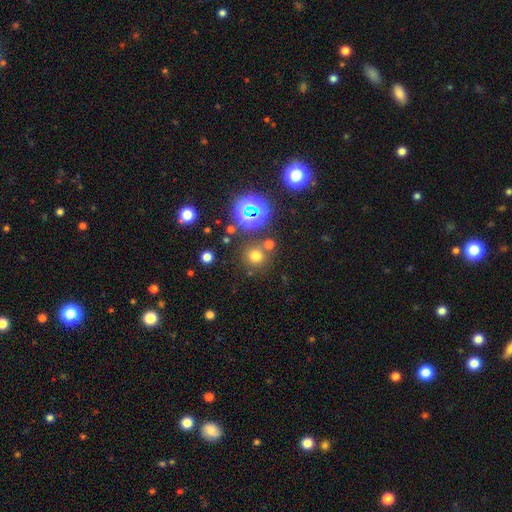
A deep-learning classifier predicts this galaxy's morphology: Smooth or featured?
  - smooth: 65% *
  - star or artifact: 28%
  - featured or disk: 8%
How rounded?
  - round: 92% *
  - in between: 7%
  - cigar-shaped: 1%
Merging?
  - none: 79% *
  - merger: 10%
  - minor disturbance: 8%
  - major disturbance: 4%